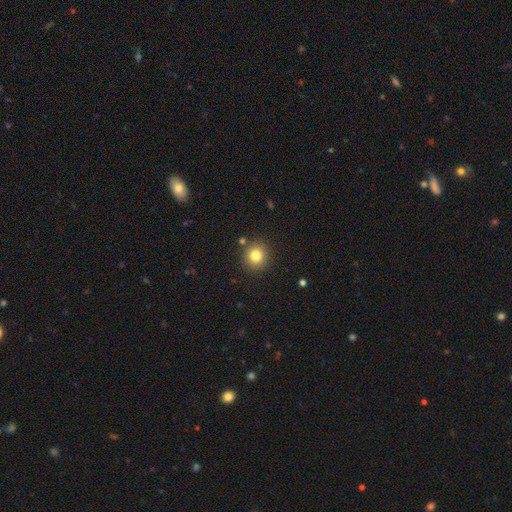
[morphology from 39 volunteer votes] A smooth galaxy with no disk features (79%) that is round (97%).

Vote fractions:
- Smooth or featured? smooth: 79% / featured or disk: 13% / star or artifact: 8%
- How rounded? round: 97% / in between: 3% / cigar-shaped: 0%
- Merging? none: 78% / minor disturbance: 14% / major disturbance: 6% / merger: 3%